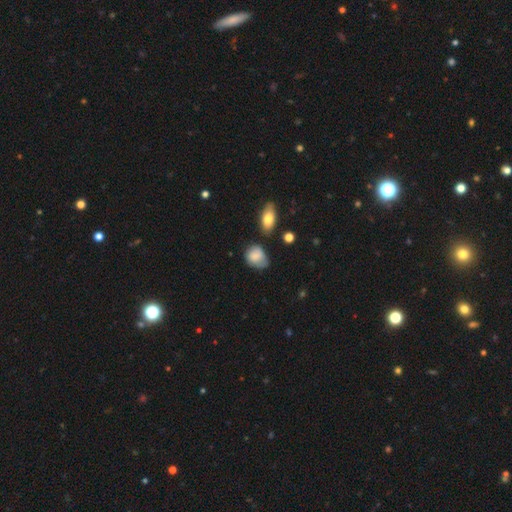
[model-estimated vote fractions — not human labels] Smooth or featured? smooth (79%)
How rounded? in between (56%)
Merging? none (45%)